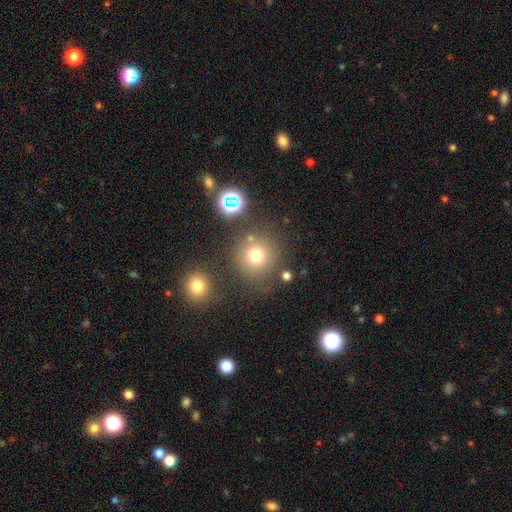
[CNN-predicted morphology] Overall: smooth (74%). How rounded: round (92%). Merging: none (76%).